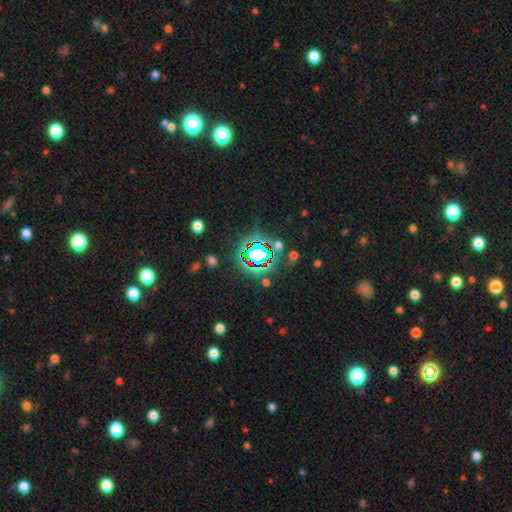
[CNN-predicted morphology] This appears to be a star or artifact, not a galaxy (70%).